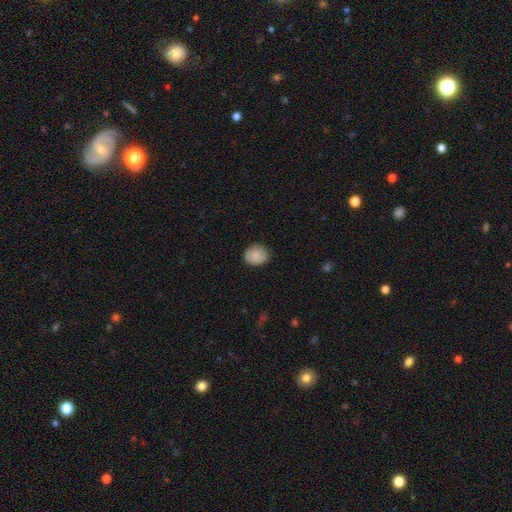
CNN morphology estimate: Smooth or featured?
  - smooth: 84% *
  - featured or disk: 9%
  - star or artifact: 7%
How rounded?
  - round: 68% *
  - in between: 31%
  - cigar-shaped: 1%
Merging?
  - none: 84% *
  - minor disturbance: 12%
  - major disturbance: 2%
  - merger: 1%